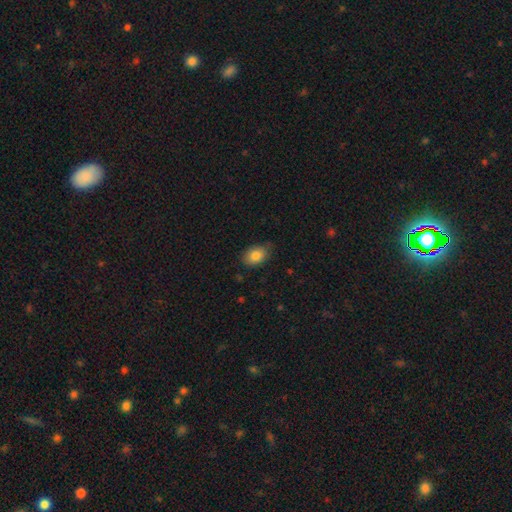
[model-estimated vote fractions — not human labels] The model was most divided on "merging": none: 75%, minor disturbance: 20%, major disturbance: 3%, merger: 1%. More confident: smooth or featured — smooth (83%); how rounded — in between (83%).